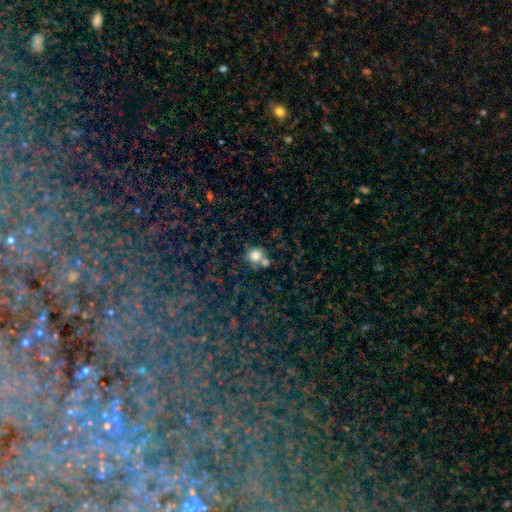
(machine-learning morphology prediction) Smooth or featured?
  - smooth: 67% *
  - star or artifact: 21%
  - featured or disk: 12%
How rounded?
  - round: 81% *
  - in between: 17%
  - cigar-shaped: 2%
Merging?
  - none: 60% *
  - merger: 21%
  - minor disturbance: 12%
  - major disturbance: 6%